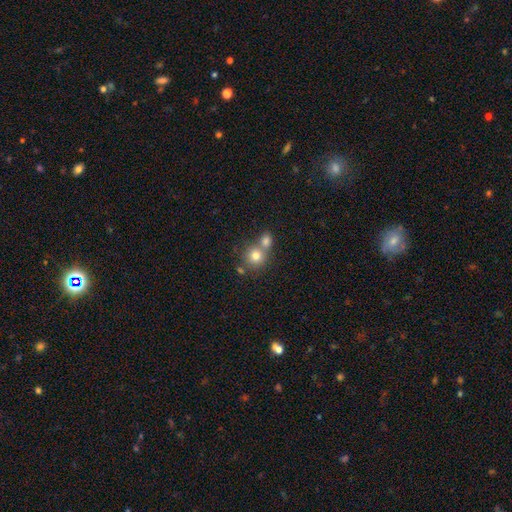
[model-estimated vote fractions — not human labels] smooth-or-featured: smooth: 77% | featured or disk: 12% | star or artifact: 12%
  how-rounded: round: 87% | in between: 12% | cigar-shaped: 1%
  merging: none: 47% | merger: 43% | minor disturbance: 7% | major disturbance: 3%